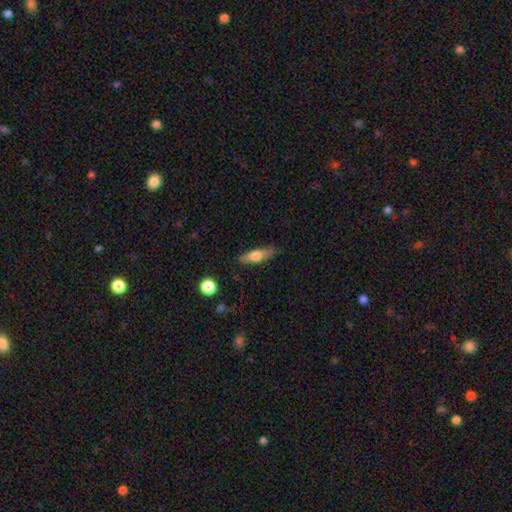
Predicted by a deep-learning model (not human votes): Q: Smooth or featured?
A: smooth (60%); runner-up: featured or disk (34%)
Q: How rounded?
A: cigar-shaped (64%); runner-up: in between (33%)
Q: Merging?
A: none (82%); runner-up: minor disturbance (13%)